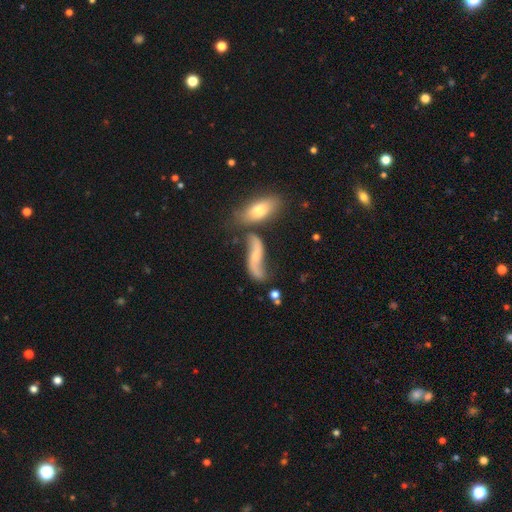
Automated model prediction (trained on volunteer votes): Overall: featured or disk (71%). Edge-on disk: no (87%). Bar: no (57%; weak 31%). Spiral arms: yes (89%). Spiral arm count: 2 (90%). Spiral winding: loose (90%). Bulge size: small (55%; moderate 26%). Merging: none (46%; merger 23%).